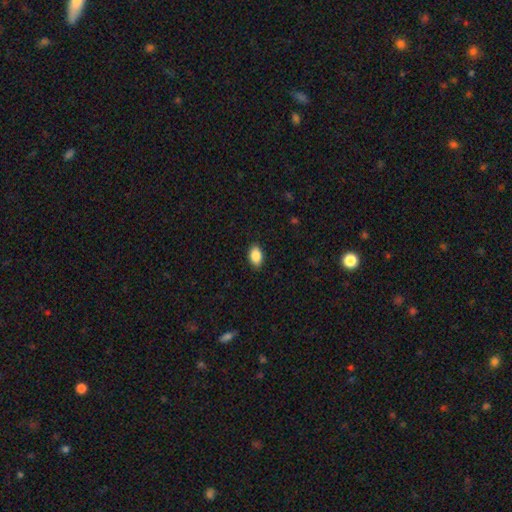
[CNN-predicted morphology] This is clearly a smooth galaxy (88%). How rounded: clearly in between (91%). Merging: clearly none (89%).